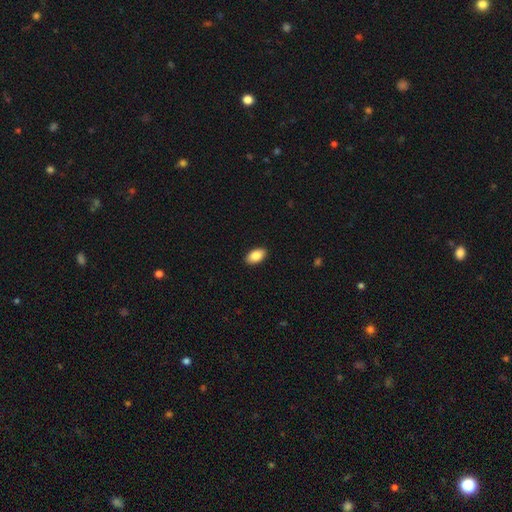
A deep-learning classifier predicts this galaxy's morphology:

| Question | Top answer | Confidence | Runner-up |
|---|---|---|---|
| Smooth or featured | smooth | 86% | featured or disk (7%) |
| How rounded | in between | 94% | round (5%) |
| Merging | none | 90% | minor disturbance (7%) |